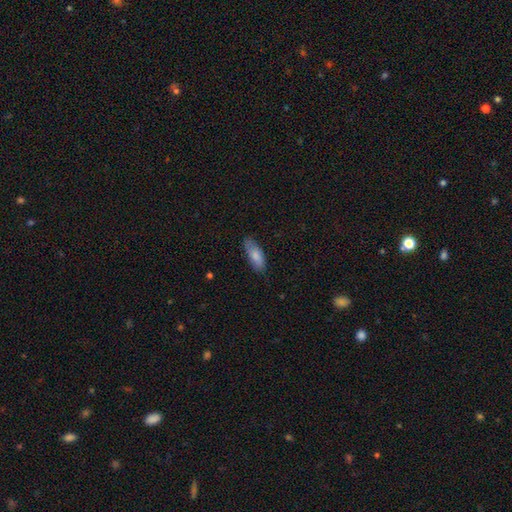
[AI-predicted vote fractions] smooth 80%, featured or disk 14%, star or artifact 6%. Down the decision tree: how rounded — in between (75%); merging — none (74%).